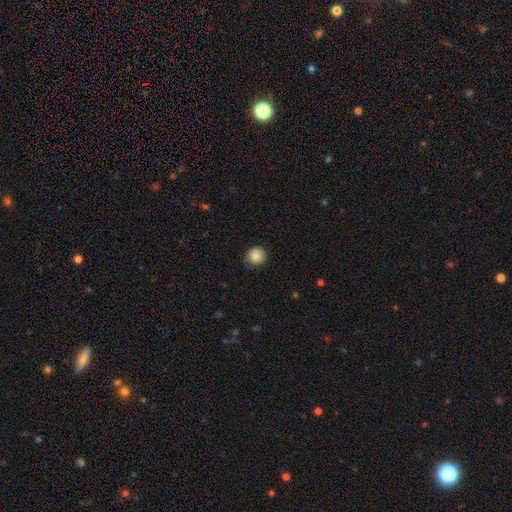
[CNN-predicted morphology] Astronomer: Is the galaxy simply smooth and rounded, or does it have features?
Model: smooth — 86%.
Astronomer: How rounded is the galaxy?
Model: round — 92%.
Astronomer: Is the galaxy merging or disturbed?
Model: none — 82%.